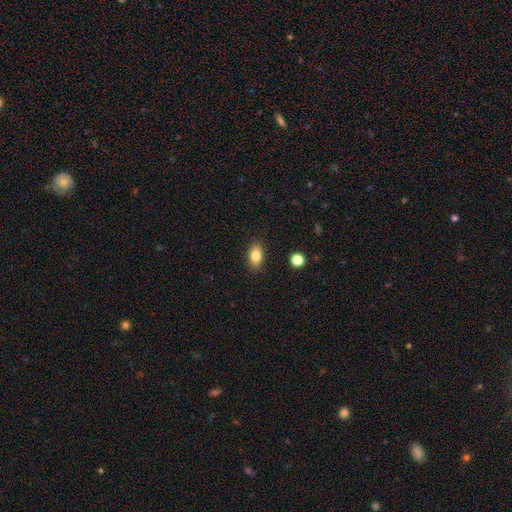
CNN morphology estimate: Overall: smooth (84%). How rounded: in between (89%). Merging: none (89%).